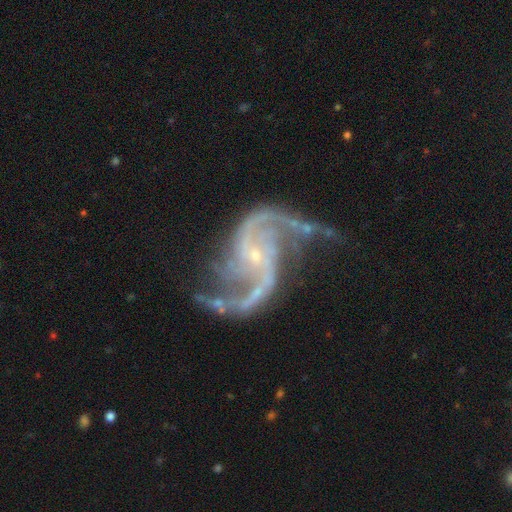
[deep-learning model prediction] Overall: featured or disk (93%). Edge-on disk: no (98%). Bar: no (54%; weak 33%). Spiral arms: yes (98%). Spiral arm count: 2 (87%). Spiral winding: loose (57%; medium 35%). Bulge size: small (84%). Merging: none (57%; minor disturbance 20%).